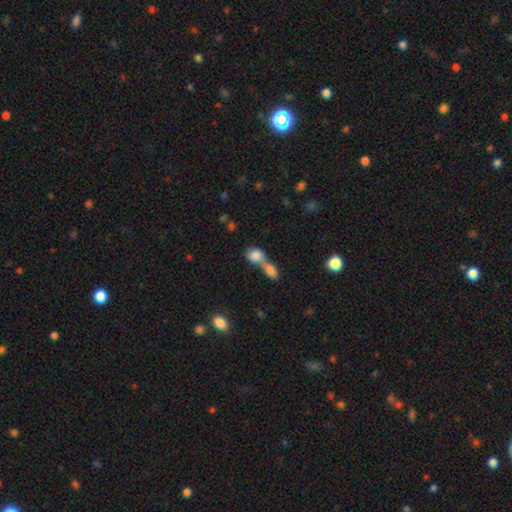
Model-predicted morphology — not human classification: The model was most divided on "how rounded": in between: 57%, round: 39%, cigar-shaped: 4%. More confident: smooth or featured — smooth (82%); merging — merger (75%).